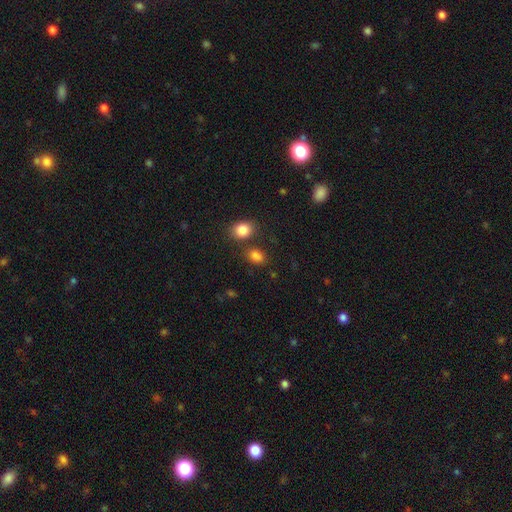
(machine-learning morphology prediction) A smooth galaxy with no disk features (85%) that is in between round and cigar-shaped (72%).

Vote fractions:
- Smooth or featured? smooth: 85% / star or artifact: 11% / featured or disk: 5%
- How rounded? in between: 72% / round: 26% / cigar-shaped: 1%
- Merging? none: 71% / merger: 14% / minor disturbance: 12% / major disturbance: 4%